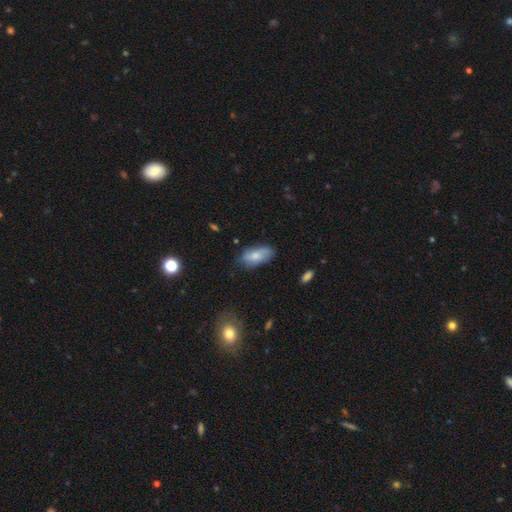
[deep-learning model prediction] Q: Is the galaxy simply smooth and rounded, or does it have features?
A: smooth — 71%.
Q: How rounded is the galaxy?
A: in between — 89%.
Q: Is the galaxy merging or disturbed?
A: none — 67%.